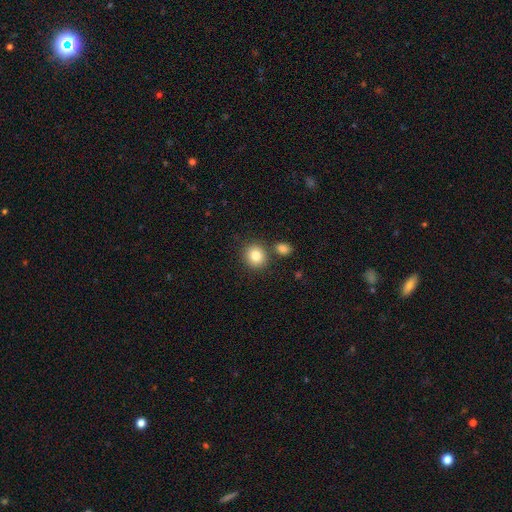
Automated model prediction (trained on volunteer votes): smooth_or_featured: smooth (p=0.83) [alt: star or artifact p=0.10]
how_rounded: round (p=0.85) [alt: in between p=0.14]
merging: none (p=0.77) [alt: merger p=0.12]